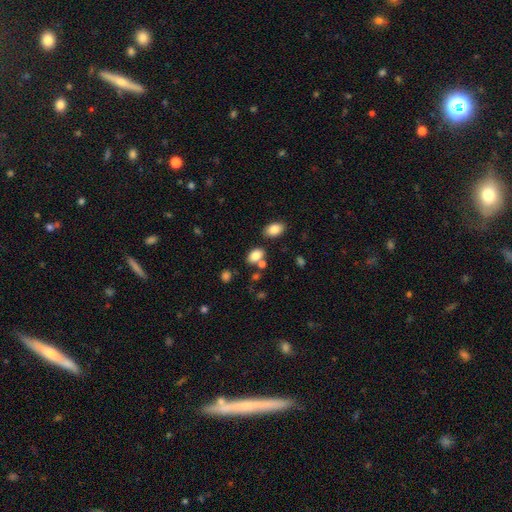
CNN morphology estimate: Smooth or featured? Predicted: smooth (p=0.82). How rounded? Predicted: in between (p=0.84). Merging? Predicted: none (p=0.67).